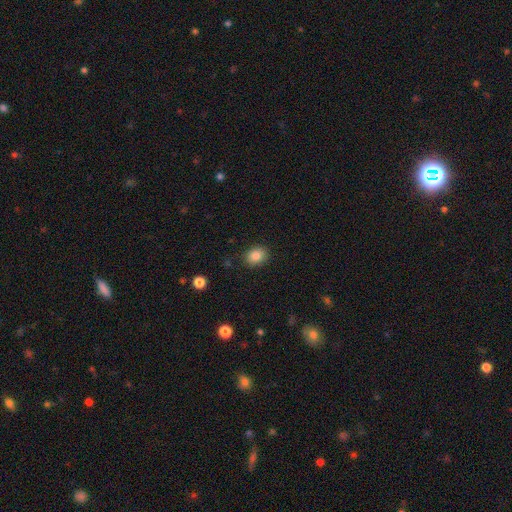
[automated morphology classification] Overall: smooth (85%). How rounded: in between (50%; round 49%). Merging: none (86%).